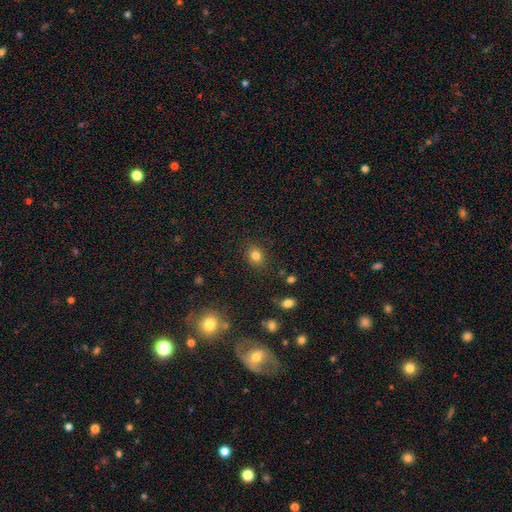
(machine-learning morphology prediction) Q: Smooth or featured?
A: smooth (81%); runner-up: star or artifact (12%)
Q: How rounded?
A: round (65%); runner-up: in between (34%)
Q: Merging?
A: none (88%); runner-up: minor disturbance (8%)